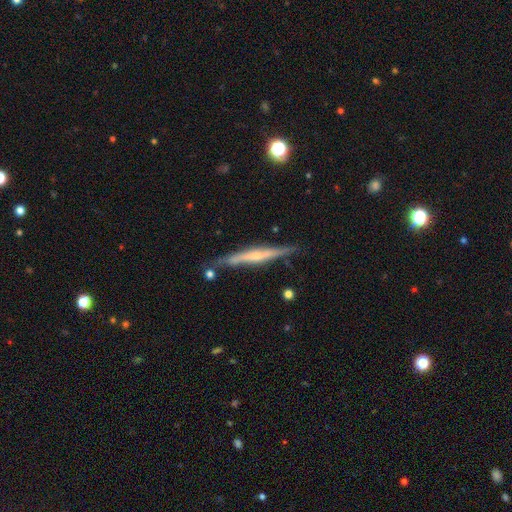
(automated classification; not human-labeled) A featured or disk galaxy (68%) viewed edge-on (96%) with a rounded central bulge (50%).

Vote fractions:
- Smooth or featured? featured or disk: 68% / smooth: 27% / star or artifact: 6%
- Edge-on disk? yes: 96% / no: 4%
- Edge-on bulge? rounded: 50% / none: 35% / boxy: 15%
- Merging? none: 80% / minor disturbance: 13% / merger: 4% / major disturbance: 3%